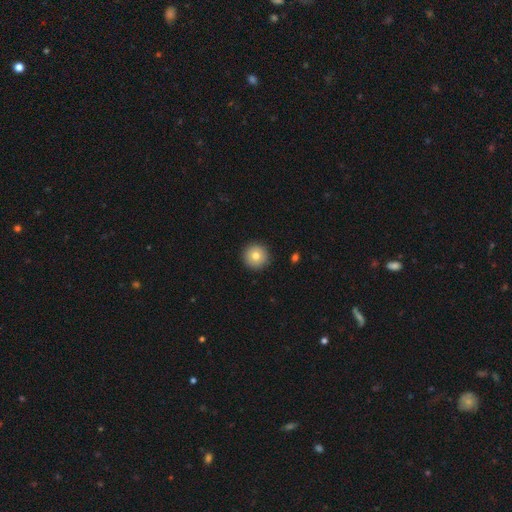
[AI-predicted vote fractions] Smooth or featured? Predicted: smooth (p=0.77). How rounded? Predicted: round (p=0.96). Merging? Predicted: none (p=0.92).